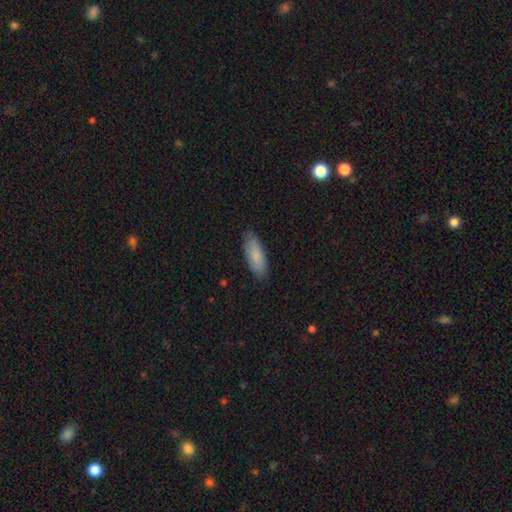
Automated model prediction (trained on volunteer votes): A smooth galaxy with no disk features (84%) that is in between round and cigar-shaped (71%).

Vote fractions:
- Smooth or featured? smooth: 84% / featured or disk: 10% / star or artifact: 6%
- How rounded? in between: 71% / cigar-shaped: 28% / round: 2%
- Merging? none: 85% / minor disturbance: 12% / major disturbance: 2% / merger: 1%